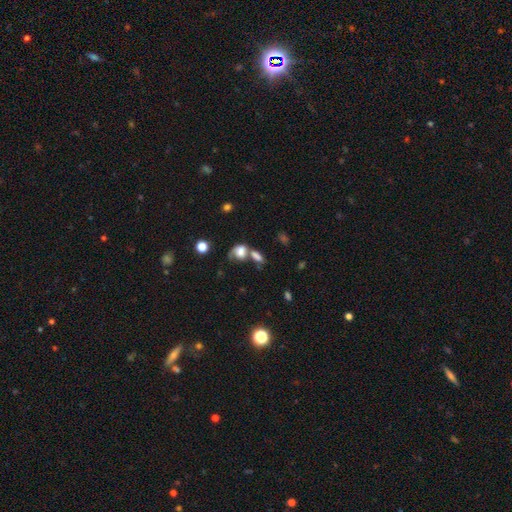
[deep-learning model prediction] The model was most divided on "merging": merger: 47%, none: 28%, minor disturbance: 13%, major disturbance: 12%. More confident: smooth or featured — smooth (68%); how rounded — in between (65%).